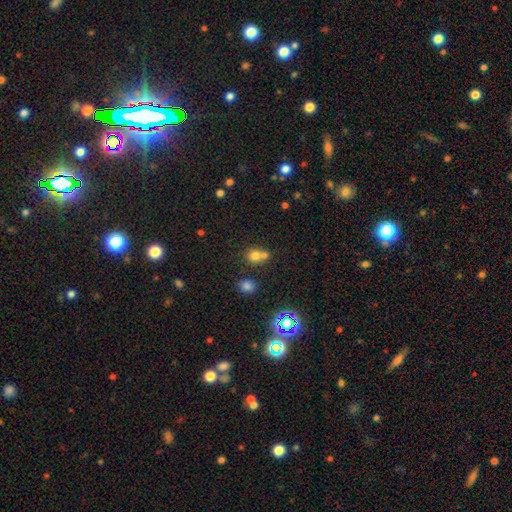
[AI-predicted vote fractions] Smooth or featured? Predicted: smooth (p=0.72). How rounded? Predicted: round (p=0.76). Merging? Predicted: merger (p=0.48).